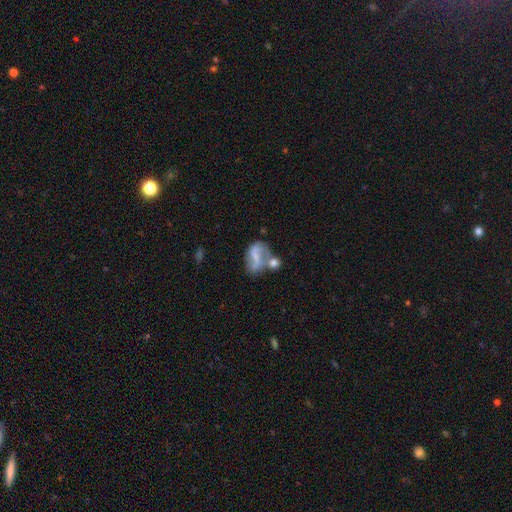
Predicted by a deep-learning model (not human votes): smooth_or_featured: featured or disk (p=0.63) [alt: smooth p=0.28]
disk_edge_on: no (p=0.97) [alt: yes p=0.03]
bar: weak (p=0.41) [alt: strong p=0.31]
has_spiral_arms: yes (p=0.78) [alt: no p=0.22]
bulge_size: none (p=0.43) [alt: small p=0.38]
merging: merger (p=0.36) [alt: none p=0.33]